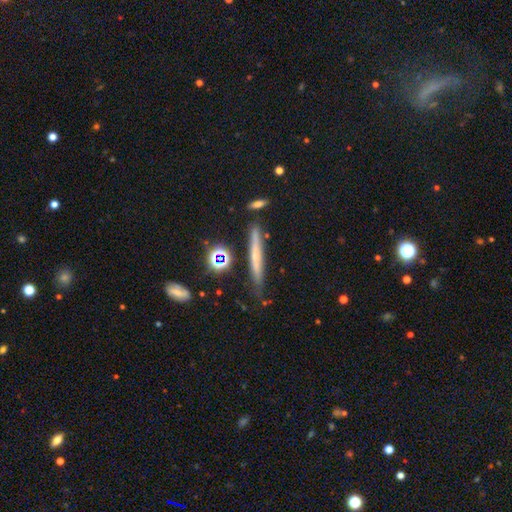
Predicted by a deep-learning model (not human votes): Smooth or featured? smooth (45%)
Merging? none (74%)